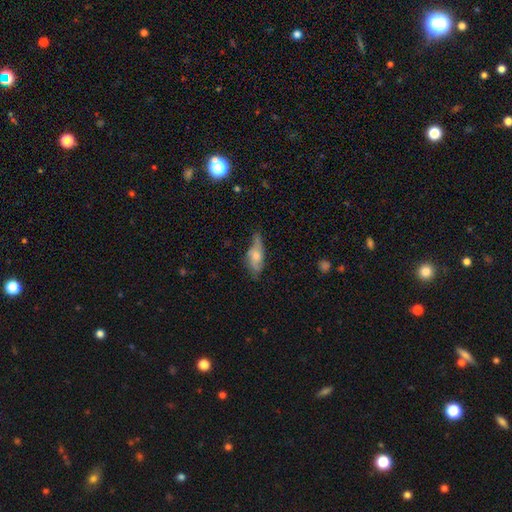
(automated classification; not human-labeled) Morphology: type=smooth (57%); roundness=in between (71%); merging=none (49%).